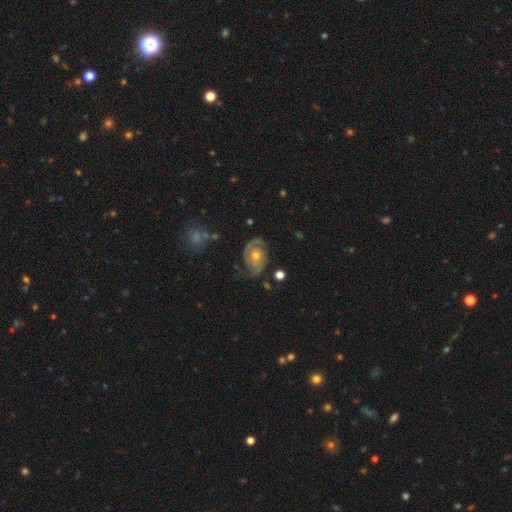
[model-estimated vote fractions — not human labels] featured or disk 84%, smooth 10%, star or artifact 6%. Down the decision tree: edge-on disk — no (97%); bar — no (75%); spiral arms — yes (95%); spiral arm count — 2 (76%); spiral winding — tight (53%); bulge size — moderate (64%); merging — none (67%).